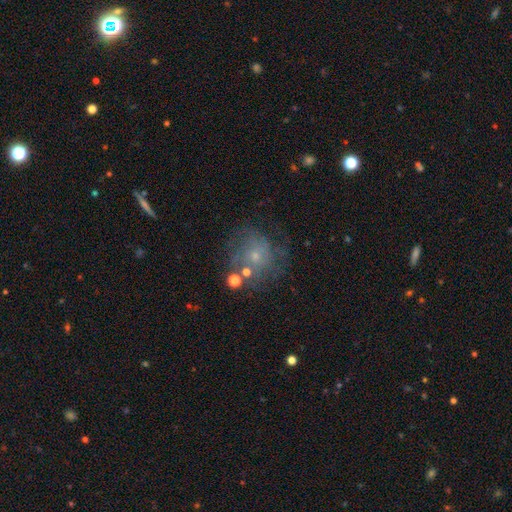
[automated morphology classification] Smooth or featured? featured or disk (51%)
Edge-on disk? no (97%)
Merging? none (57%)